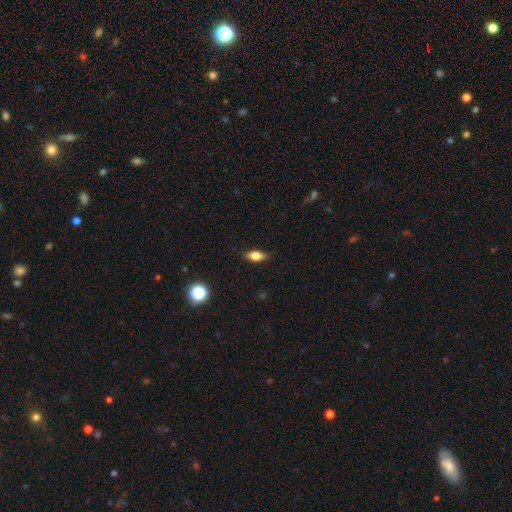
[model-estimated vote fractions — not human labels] Q: Smooth or featured?
A: smooth (73%); runner-up: featured or disk (18%)
Q: How rounded?
A: in between (78%); runner-up: cigar-shaped (16%)
Q: Merging?
A: none (86%); runner-up: minor disturbance (11%)